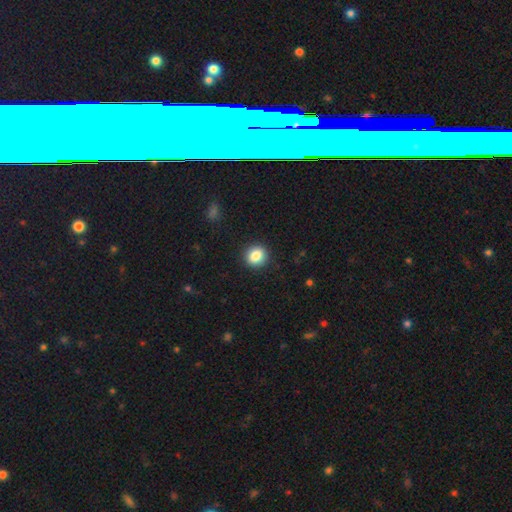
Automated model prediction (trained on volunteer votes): Smooth or featured: smooth — 86% (star or artifact — 9%)
How rounded: round — 80% (in between — 19%)
Merging: none — 91% (minor disturbance — 6%)